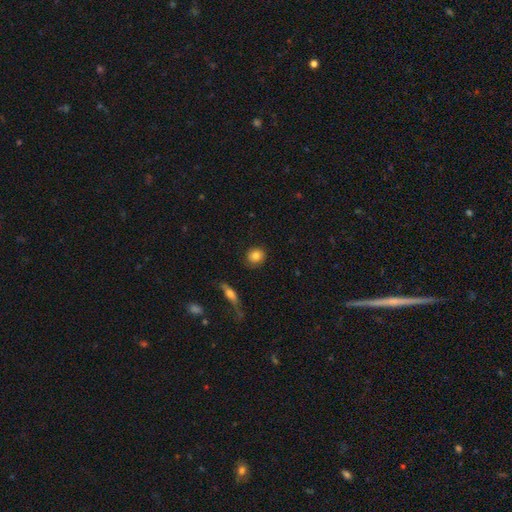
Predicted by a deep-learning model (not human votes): Smooth or featured: smooth — 83% (featured or disk — 9%)
How rounded: round — 83% (in between — 15%)
Merging: none — 88% (minor disturbance — 8%)